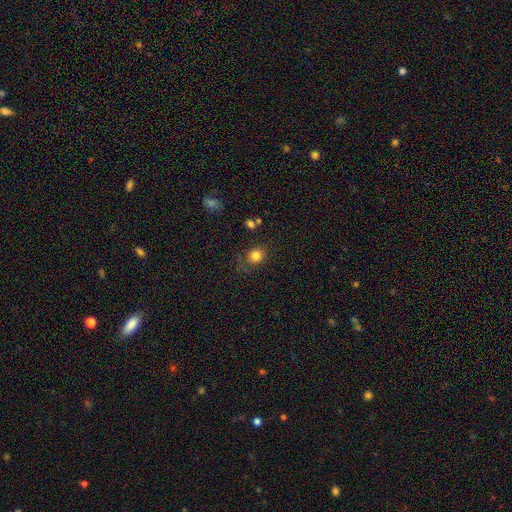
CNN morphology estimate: Smooth or featured: smooth — 82% (star or artifact — 12%)
How rounded: round — 76% (in between — 23%)
Merging: none — 74% (minor disturbance — 17%)